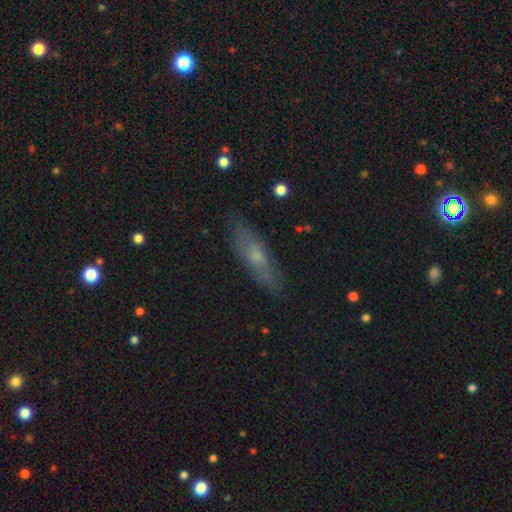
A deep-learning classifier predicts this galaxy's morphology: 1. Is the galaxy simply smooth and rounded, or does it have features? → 51% smooth, 39% featured or disk, 10% star or artifact.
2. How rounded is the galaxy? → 56% cigar-shaped, 41% in between, 3% round.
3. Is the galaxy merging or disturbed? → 82% none, 13% minor disturbance, 3% major disturbance, 1% merger.